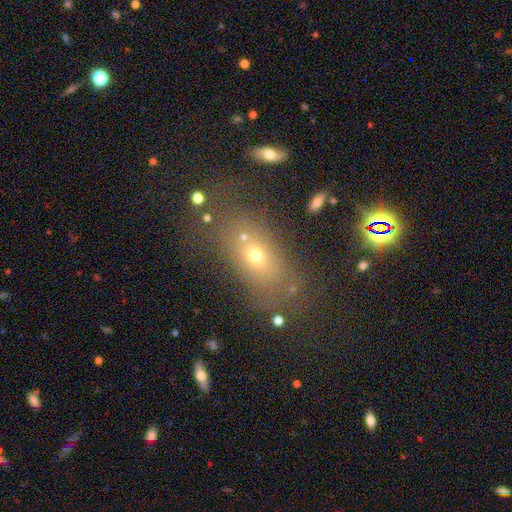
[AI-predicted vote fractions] Smooth or featured: smooth — 57% (star or artifact — 24%)
How rounded: in between — 67% (round — 24%)
Merging: none — 62% (minor disturbance — 15%)